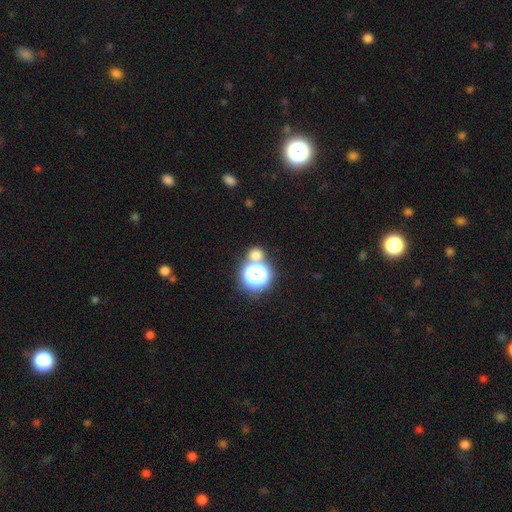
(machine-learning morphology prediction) A smooth galaxy with no disk features (60%) that is round (86%).

Vote fractions:
- Smooth or featured? smooth: 60% / star or artifact: 29% / featured or disk: 10%
- How rounded? round: 86% / in between: 13% / cigar-shaped: 1%
- Merging? none: 62% / merger: 26% / minor disturbance: 8% / major disturbance: 4%